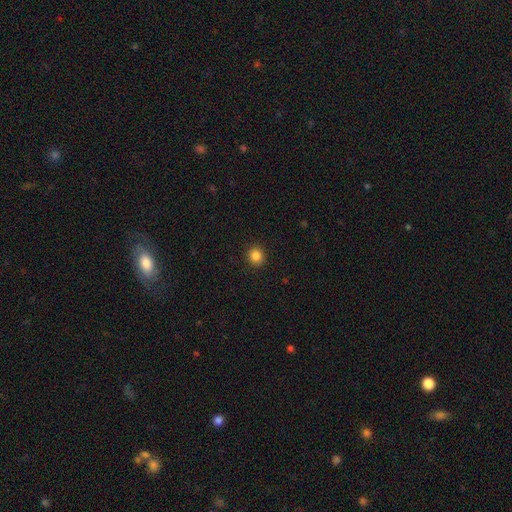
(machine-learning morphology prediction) Smooth or featured?
  - smooth: 85% *
  - star or artifact: 11%
  - featured or disk: 4%
How rounded?
  - round: 90% *
  - in between: 9%
  - cigar-shaped: 1%
Merging?
  - none: 92% *
  - minor disturbance: 5%
  - major disturbance: 2%
  - merger: 1%